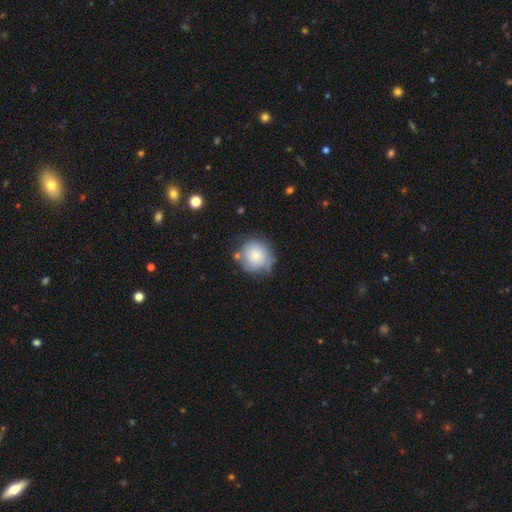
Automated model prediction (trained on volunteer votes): smooth 69%, featured or disk 23%, star or artifact 8%. Down the decision tree: how rounded — round (85%); merging — none (59%).